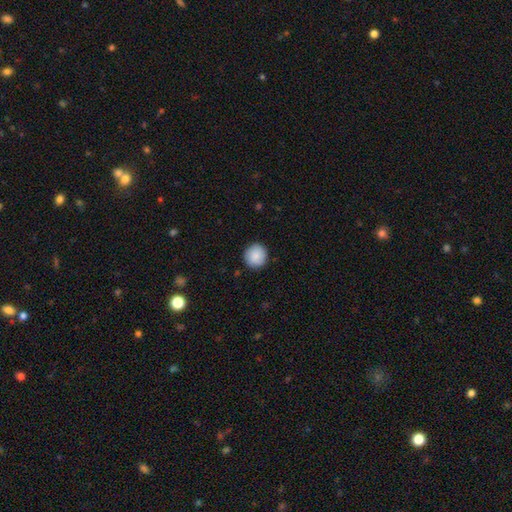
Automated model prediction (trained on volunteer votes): This appears to be a smooth galaxy with no disk features (89%) that is round (94%). Merging: none (91%).